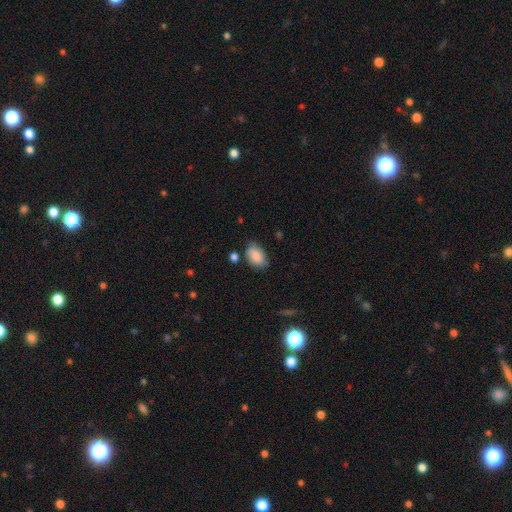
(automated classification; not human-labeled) Smooth or featured? Predicted: smooth (p=0.84). How rounded? Predicted: in between (p=0.90). Merging? Predicted: none (p=0.70).